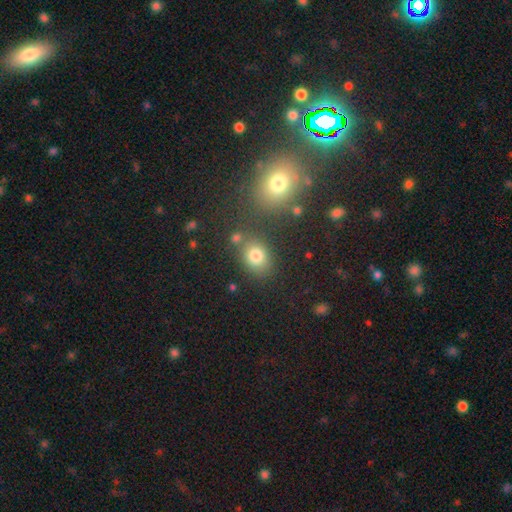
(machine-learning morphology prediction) type=smooth (77%); roundness=in between (50%); merging=none (72%).